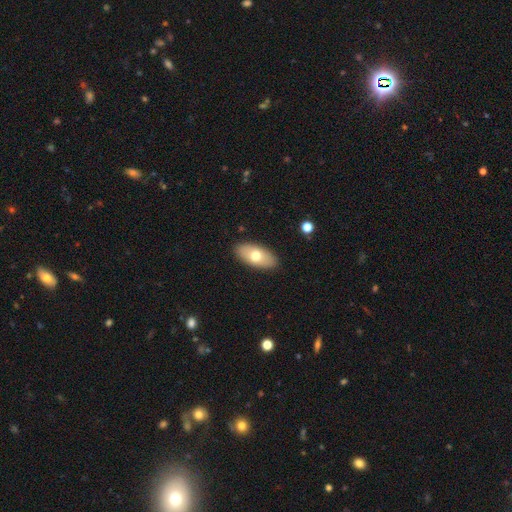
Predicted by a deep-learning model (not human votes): Overall: smooth (69%). How rounded: in between (92%). Merging: none (88%).